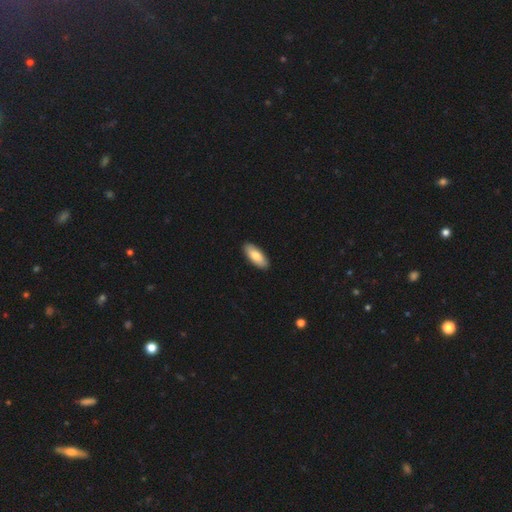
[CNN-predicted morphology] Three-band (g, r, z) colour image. It shows a smooth galaxy with no disk features (81%) that is in between round and cigar-shaped (81%). Merging: none (91%).